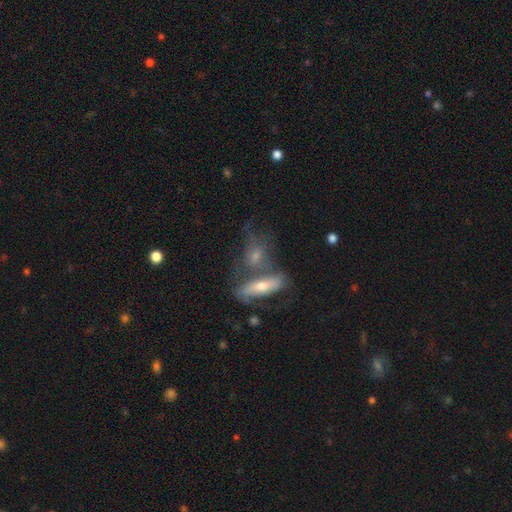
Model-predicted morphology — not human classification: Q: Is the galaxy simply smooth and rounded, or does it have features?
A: smooth — 47%.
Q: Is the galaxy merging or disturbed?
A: merger — 42%.